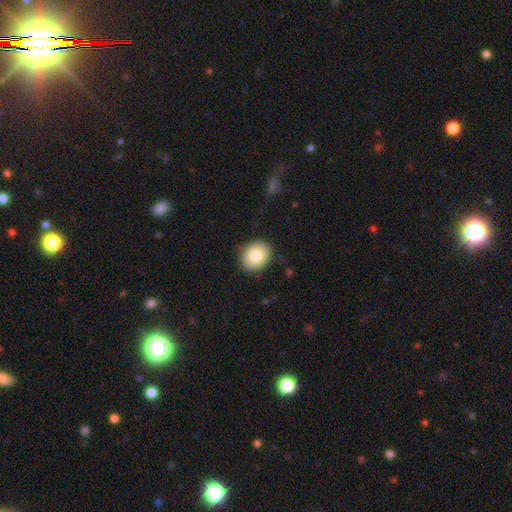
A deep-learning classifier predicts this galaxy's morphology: The model was most divided on "how rounded": round: 60%, in between: 39%, cigar-shaped: 1%. More confident: merging — none (85%); smooth or featured — smooth (82%).